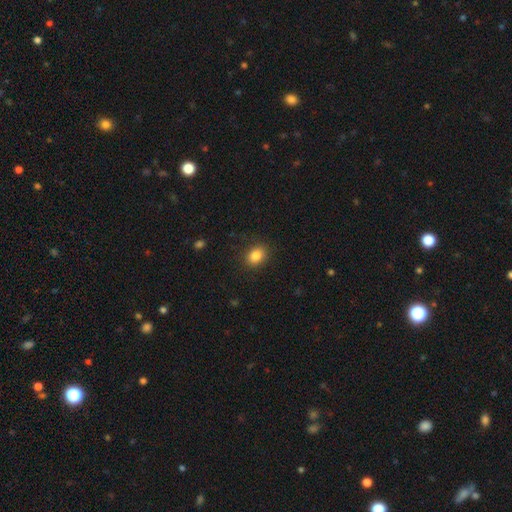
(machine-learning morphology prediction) smooth_or_featured: smooth (p=0.86) [alt: star or artifact p=0.09]
how_rounded: in between (p=0.59) [alt: round p=0.40]
merging: none (p=0.87) [alt: minor disturbance p=0.09]